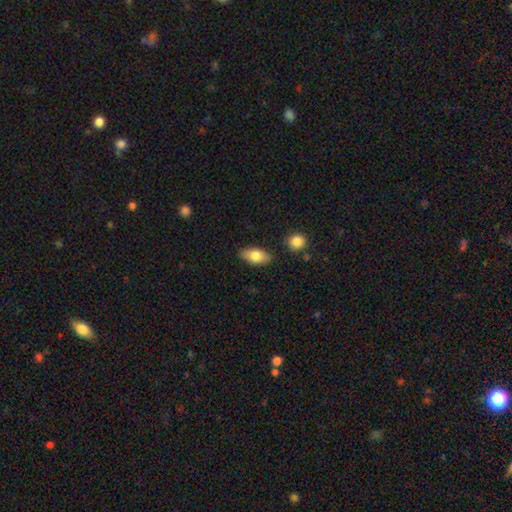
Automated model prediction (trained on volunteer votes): Smooth or featured: smooth — 78% (featured or disk — 15%)
How rounded: in between — 88% (cigar-shaped — 8%)
Merging: none — 84% (minor disturbance — 11%)